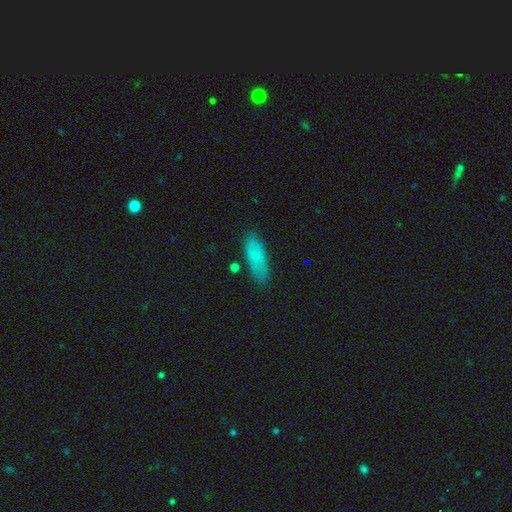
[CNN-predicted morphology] Smooth or featured: smooth — 78% (featured or disk — 13%)
How rounded: in between — 66% (cigar-shaped — 31%)
Merging: none — 76% (minor disturbance — 17%)